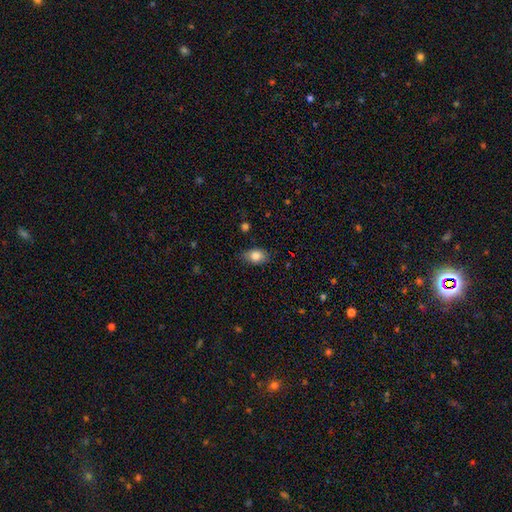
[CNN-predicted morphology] A smooth galaxy with no disk features (84%) that is in between round and cigar-shaped (85%). Merging: none (79%).